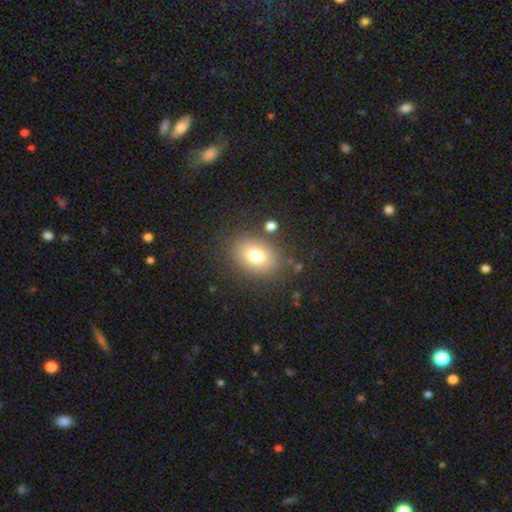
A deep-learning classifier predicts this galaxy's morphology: type=smooth (77%); roundness=in between (69%); merging=none (82%).